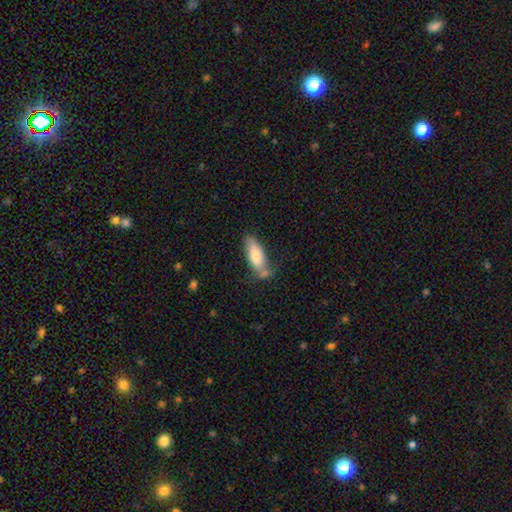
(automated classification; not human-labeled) Overall: smooth (74%). How rounded: in between (74%). Merging: none (55%; minor disturbance 22%).